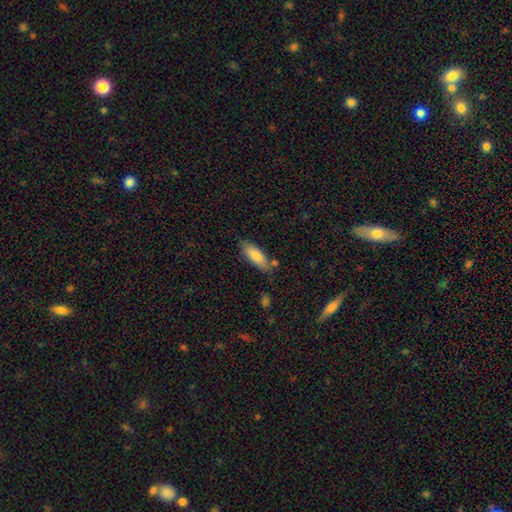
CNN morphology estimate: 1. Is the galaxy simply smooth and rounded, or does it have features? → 81% smooth, 12% featured or disk, 6% star or artifact.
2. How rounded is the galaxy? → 68% in between, 30% cigar-shaped, 2% round.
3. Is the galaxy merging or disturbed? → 70% none, 19% minor disturbance, 7% merger, 4% major disturbance.